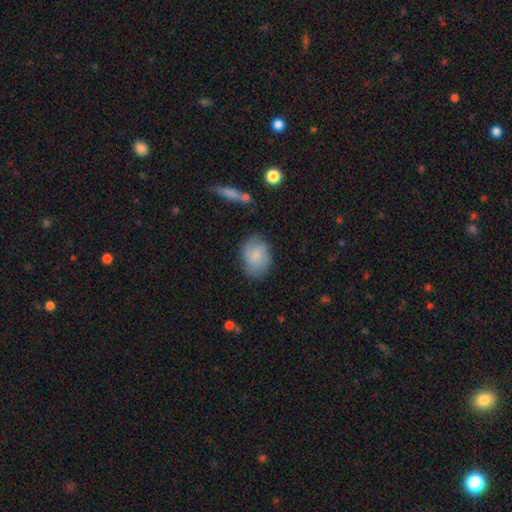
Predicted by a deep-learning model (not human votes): Overall: smooth (65%; featured or disk 28%). How rounded: in between (70%). Merging: none (74%).